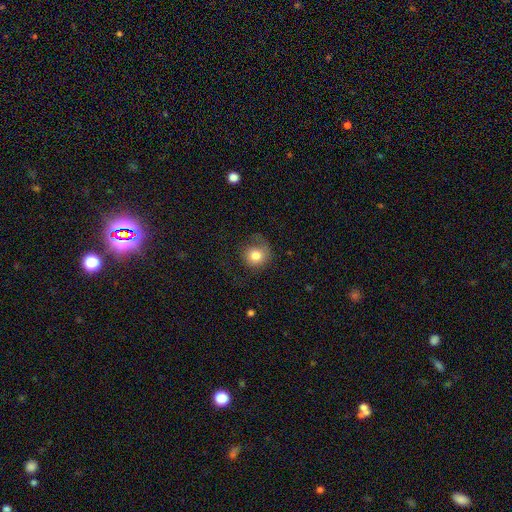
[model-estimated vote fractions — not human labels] Overall: smooth (76%). How rounded: round (87%). Merging: none (54%; minor disturbance 22%).